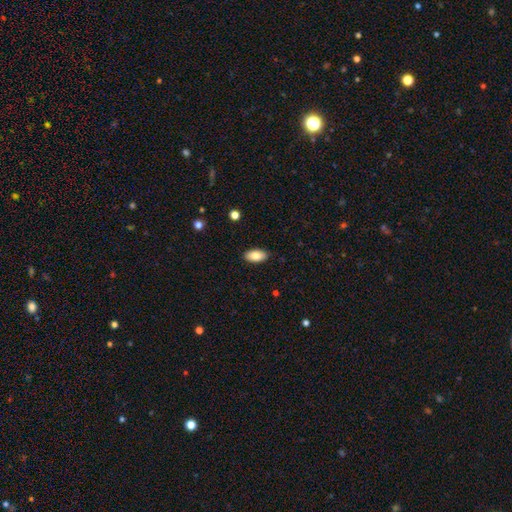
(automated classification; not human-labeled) Smooth or featured: smooth — 84% (featured or disk — 9%)
How rounded: in between — 93% (cigar-shaped — 5%)
Merging: none — 88% (minor disturbance — 9%)